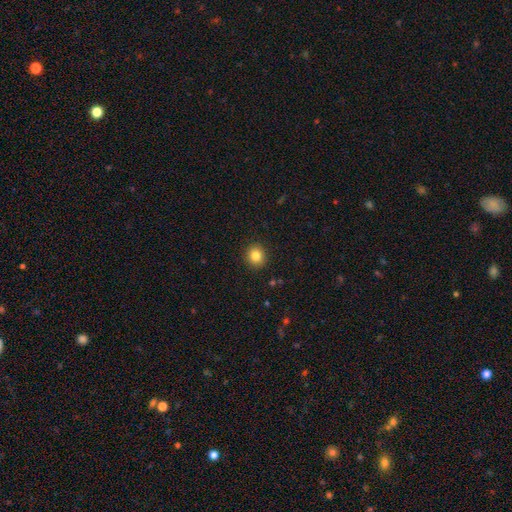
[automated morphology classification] type=smooth (83%); roundness=round (84%); merging=none (91%).